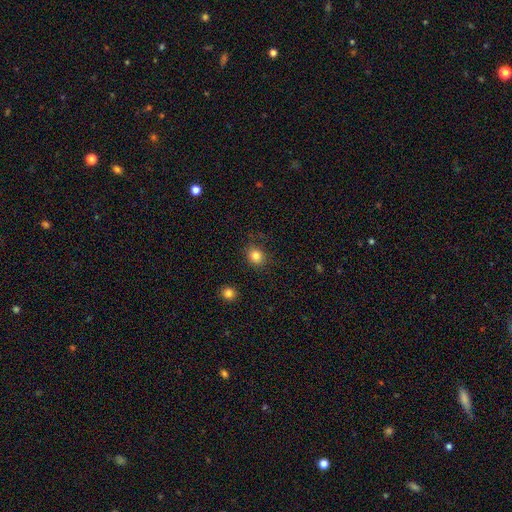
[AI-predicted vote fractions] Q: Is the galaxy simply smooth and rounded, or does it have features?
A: smooth — 83%.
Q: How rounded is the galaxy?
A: round — 78%.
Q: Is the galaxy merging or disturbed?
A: none — 83%.